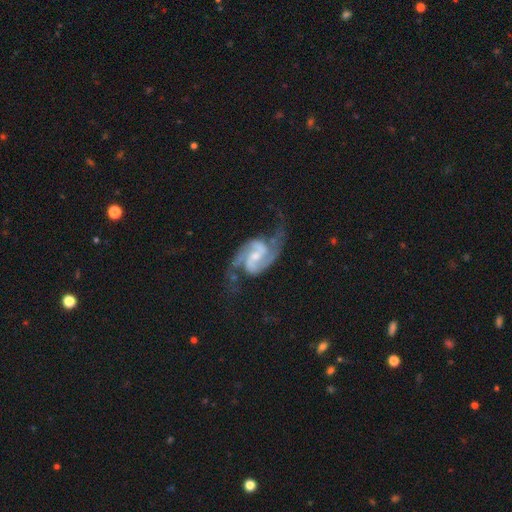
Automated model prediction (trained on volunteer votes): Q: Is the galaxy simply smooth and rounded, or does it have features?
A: featured or disk — 92%.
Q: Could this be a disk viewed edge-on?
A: no — 98%.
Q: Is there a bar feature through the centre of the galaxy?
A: weak — 50%.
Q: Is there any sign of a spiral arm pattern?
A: yes — 98%.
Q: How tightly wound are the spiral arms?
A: medium — 54%.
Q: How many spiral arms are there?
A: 2 — 93%.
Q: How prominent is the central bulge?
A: moderate — 49%.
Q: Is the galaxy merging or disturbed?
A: none — 66%.